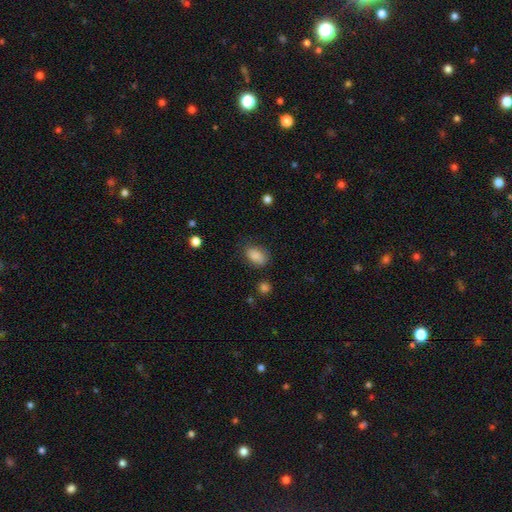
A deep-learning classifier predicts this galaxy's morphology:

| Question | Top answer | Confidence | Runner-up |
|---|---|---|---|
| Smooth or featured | smooth | 86% | star or artifact (8%) |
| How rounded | in between | 85% | round (14%) |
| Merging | none | 70% | minor disturbance (21%) |